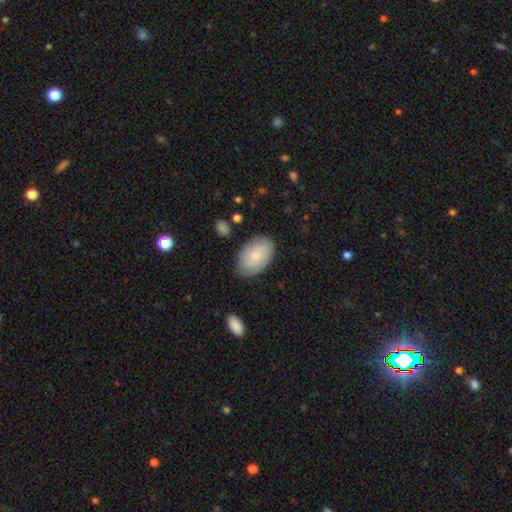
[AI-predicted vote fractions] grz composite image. It shows a smooth galaxy with no disk features (58%) that is in between round and cigar-shaped (91%). Merging: none (82%).